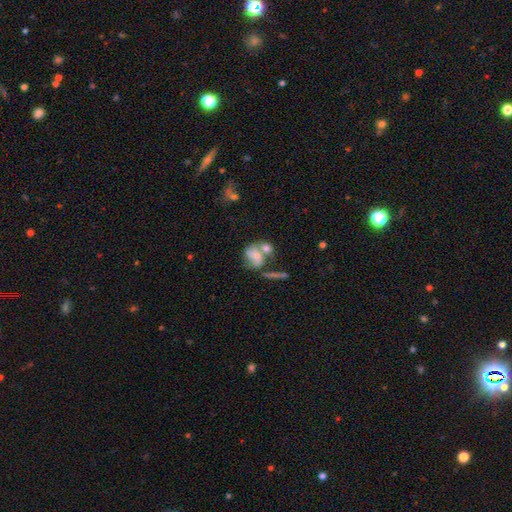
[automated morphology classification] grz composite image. It shows a smooth galaxy with no disk features (53%) that is in between round and cigar-shaped (56%). Merging: merger (48%).